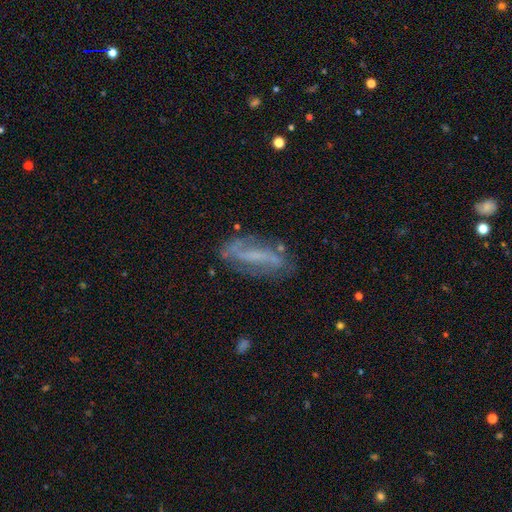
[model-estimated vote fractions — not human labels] Q: Smooth or featured?
A: featured or disk (71%); runner-up: smooth (20%)
Q: Edge-on disk?
A: no (84%); runner-up: yes (16%)
Q: Bar?
A: strong (41%); runner-up: weak (35%)
Q: Spiral arms?
A: yes (79%); runner-up: no (21%)
Q: Bulge size?
A: none (48%); runner-up: small (32%)
Q: Merging?
A: none (69%); runner-up: minor disturbance (19%)